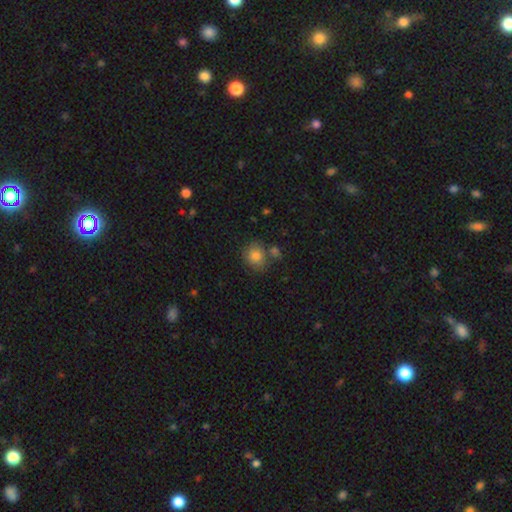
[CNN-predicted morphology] This appears to be a smooth galaxy with no disk features (81%) that is round (75%). Merging: none (67%).